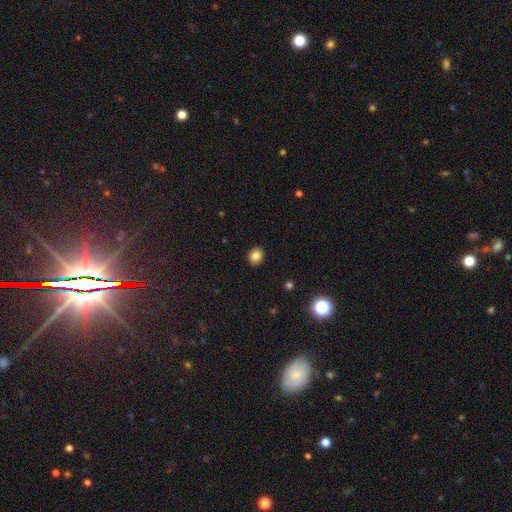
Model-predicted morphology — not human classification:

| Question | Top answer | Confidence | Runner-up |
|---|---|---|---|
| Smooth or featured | smooth | 83% | star or artifact (11%) |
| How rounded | round | 72% | in between (27%) |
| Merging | none | 91% | minor disturbance (6%) |